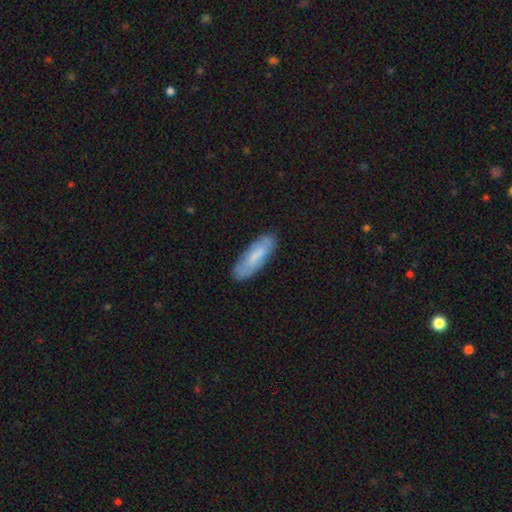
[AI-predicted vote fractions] The model was most divided on "how rounded": in between: 55%, cigar-shaped: 44%, round: 2%. More confident: merging — none (82%); smooth or featured — smooth (71%).